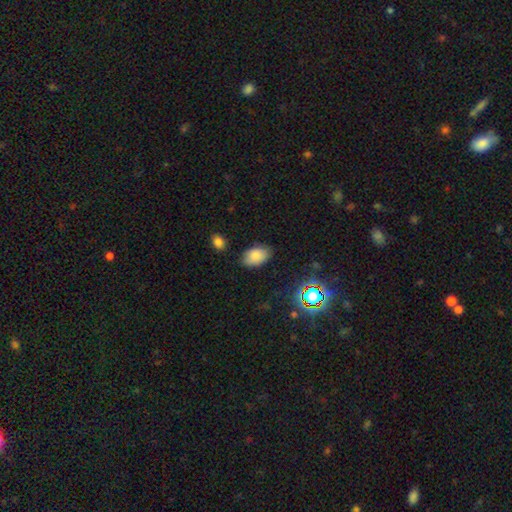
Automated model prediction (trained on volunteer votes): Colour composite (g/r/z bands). It shows a smooth galaxy with no disk features (81%) that is in between round and cigar-shaped (89%). Merging: none (78%).